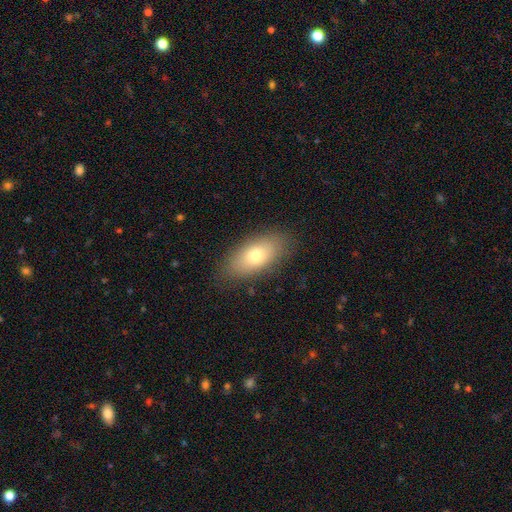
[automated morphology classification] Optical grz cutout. It shows a smooth galaxy with no disk features (71%) that is in between round and cigar-shaped (87%). Merging: none (85%).